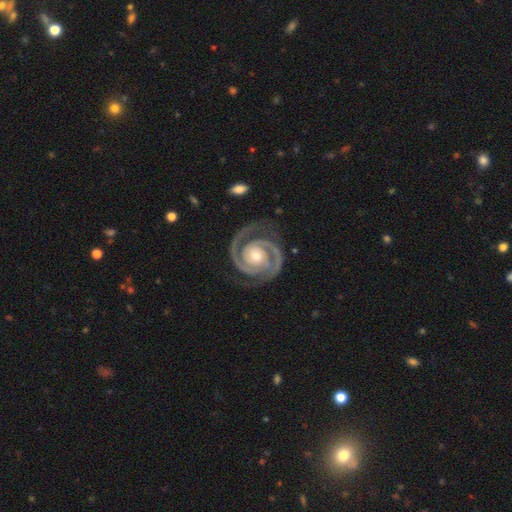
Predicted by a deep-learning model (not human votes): Q: Smooth or featured?
A: featured or disk (95%); runner-up: star or artifact (3%)
Q: Edge-on disk?
A: no (98%); runner-up: yes (2%)
Q: Bar?
A: no (70%); runner-up: weak (19%)
Q: Spiral arms?
A: yes (99%); runner-up: no (1%)
Q: Spiral winding?
A: tight (72%); runner-up: medium (25%)
Q: Spiral arm count?
A: 2 (93%); runner-up: 3 (2%)
Q: Bulge size?
A: moderate (58%); runner-up: small (36%)
Q: Merging?
A: none (83%); runner-up: minor disturbance (12%)